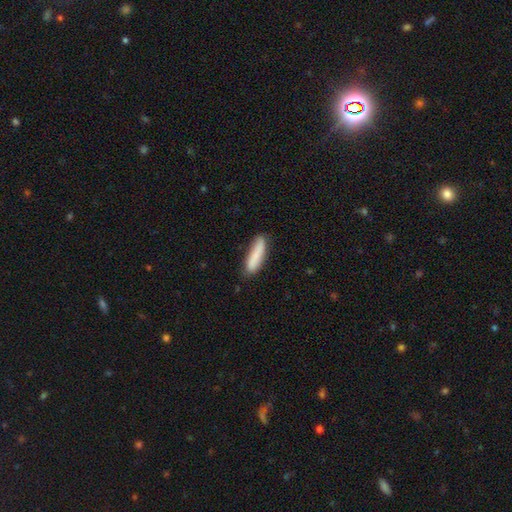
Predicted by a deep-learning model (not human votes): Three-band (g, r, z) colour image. It shows a smooth galaxy with no disk features (80%) that is cigar-shaped (71%). Merging: none (78%).